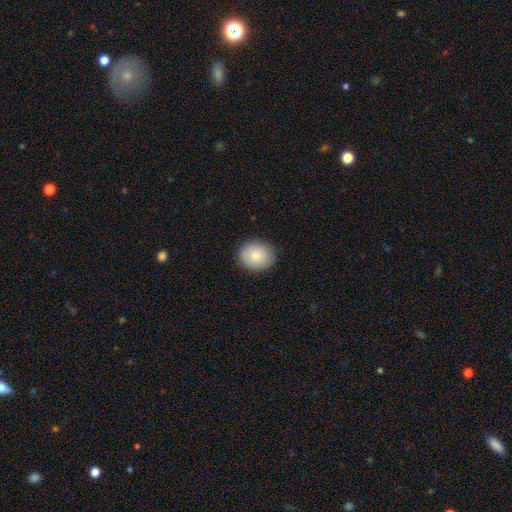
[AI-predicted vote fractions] The model was most divided on "how rounded": round: 70%, in between: 29%, cigar-shaped: 1%. More confident: merging — none (88%); smooth or featured — smooth (83%).